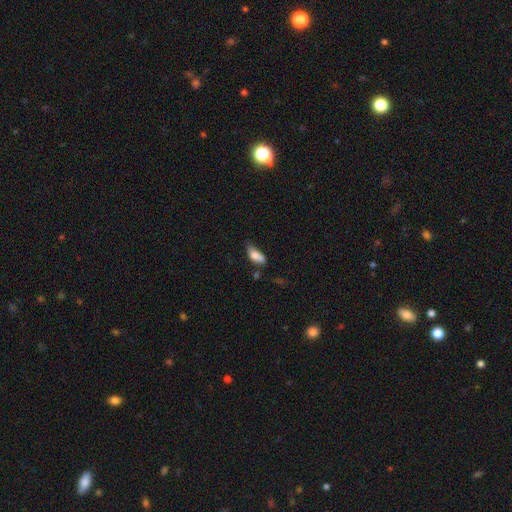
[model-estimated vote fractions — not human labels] This is likely a smooth galaxy (80%). How rounded: clearly in between (83%). Merging: marginally none (41%).